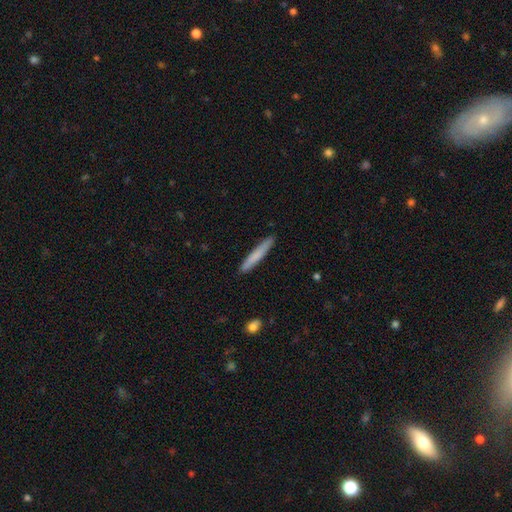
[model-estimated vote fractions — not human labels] Overall: smooth (74%). How rounded: cigar-shaped (96%). Merging: none (90%).